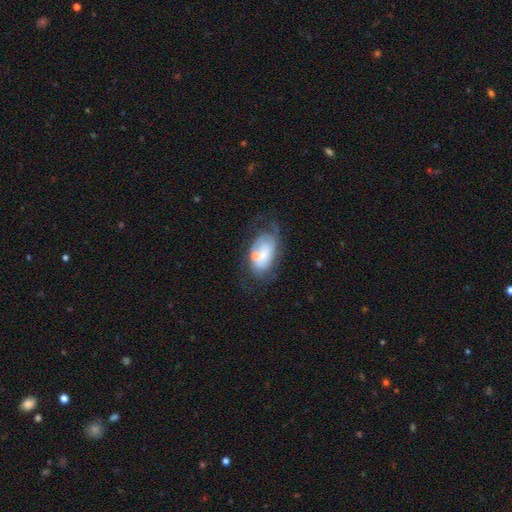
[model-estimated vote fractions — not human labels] This is possibly a featured or disk galaxy (54%). It is clearly not viewed edge-on (95%). Bar: likely no (71%). Spiral arm pattern: likely yes (67%). Central bulge: possibly small (53%). Merging: marginally none (42%).